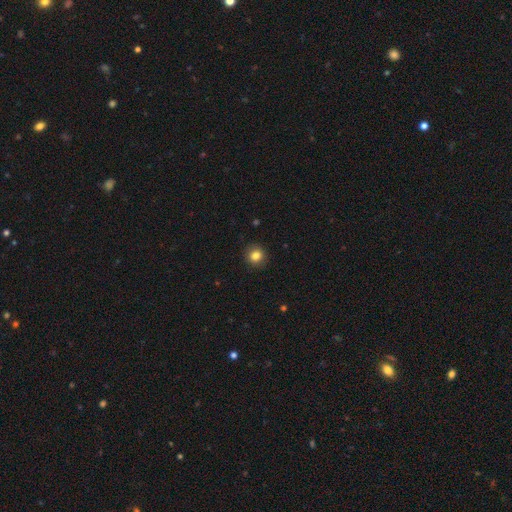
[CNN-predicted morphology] This appears to be a smooth galaxy with no disk features (83%) that is round (89%). Merging: none (90%).